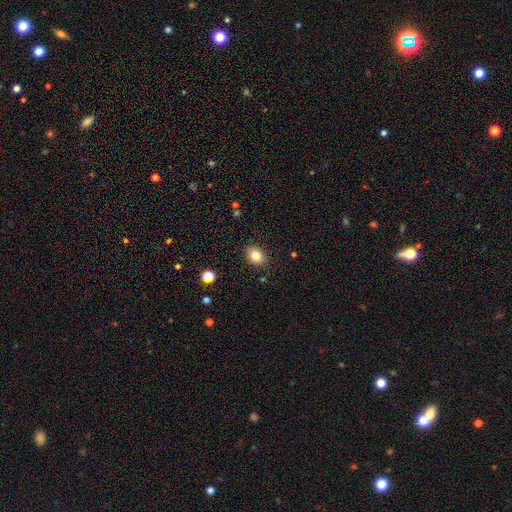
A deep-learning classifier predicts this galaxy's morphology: smooth 81%, star or artifact 10%, featured or disk 9%. Down the decision tree: how rounded — in between (70%); merging — none (87%).